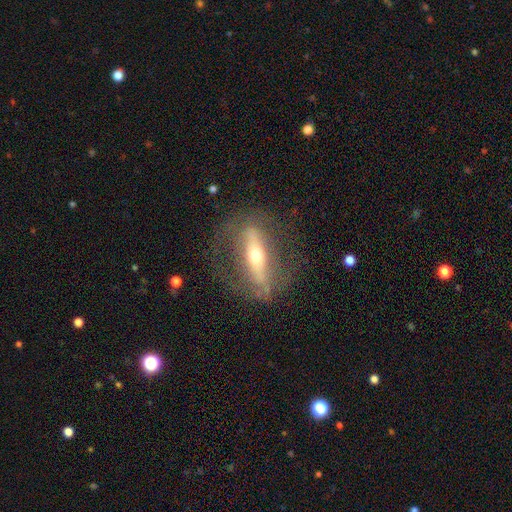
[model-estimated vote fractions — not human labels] This appears to be a featured or disk galaxy (72%). Merging: none (71%).